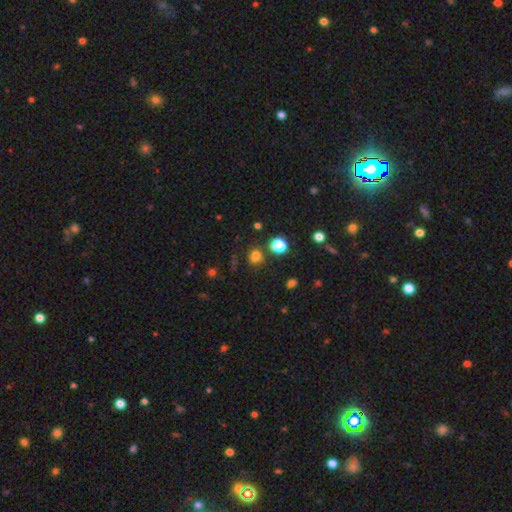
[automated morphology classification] Overall: smooth (65%; star or artifact 27%). How rounded: round (74%). Merging: none (64%).